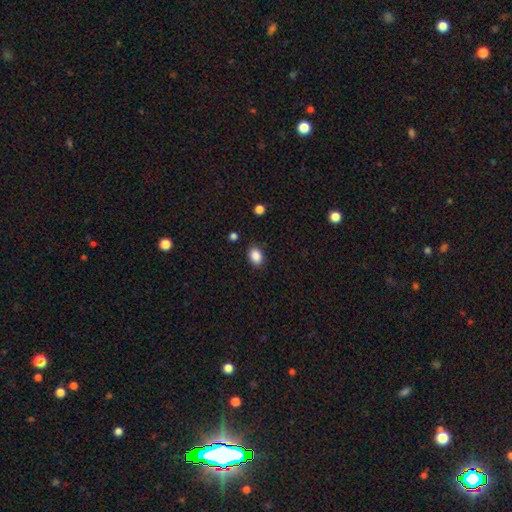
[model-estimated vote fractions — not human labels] A smooth galaxy with no disk features (88%) that is in between round and cigar-shaped (70%). Merging: none (85%).